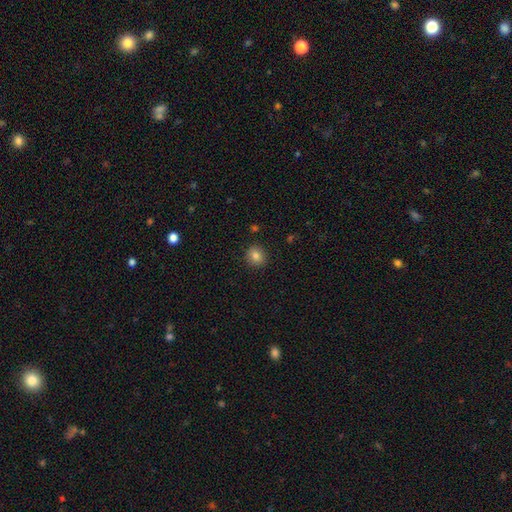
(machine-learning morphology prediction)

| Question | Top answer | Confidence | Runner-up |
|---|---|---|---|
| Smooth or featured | smooth | 82% | star or artifact (11%) |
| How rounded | round | 78% | in between (21%) |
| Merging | none | 89% | minor disturbance (8%) |